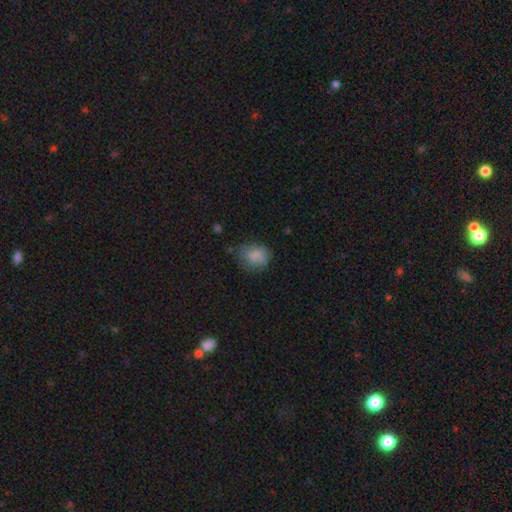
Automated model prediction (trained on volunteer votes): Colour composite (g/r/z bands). It shows a smooth galaxy with no disk features (80%) that is round (53%). Merging: none (61%).